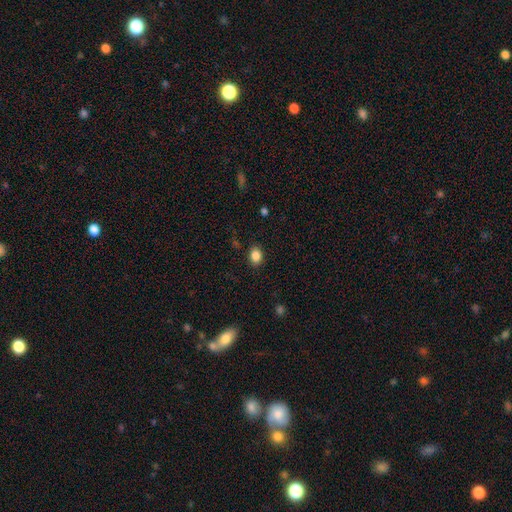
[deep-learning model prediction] Smooth or featured? smooth (86%)
How rounded? in between (68%)
Merging? none (87%)